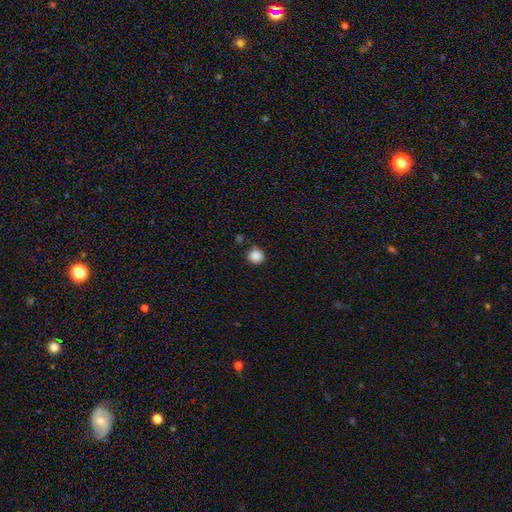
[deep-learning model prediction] The model was most divided on "merging": none: 80%, minor disturbance: 13%, merger: 4%, major disturbance: 3%. More confident: how rounded — round (91%); smooth or featured — smooth (87%).